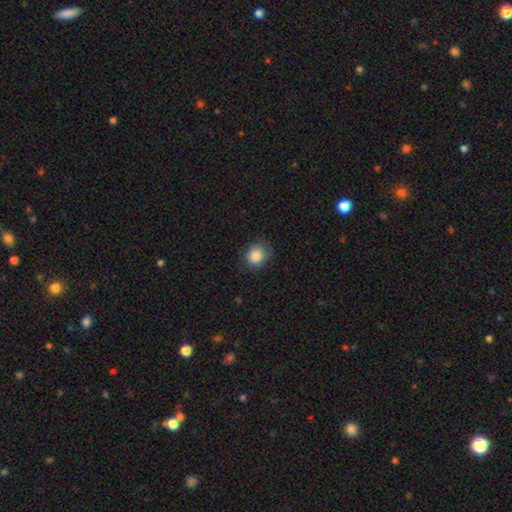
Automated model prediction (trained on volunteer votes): Overall: smooth (86%). How rounded: round (72%). Merging: none (76%).